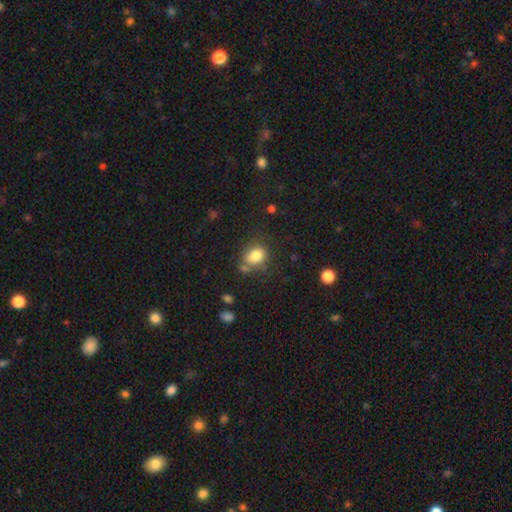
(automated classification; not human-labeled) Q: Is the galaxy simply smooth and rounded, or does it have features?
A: smooth — 81%.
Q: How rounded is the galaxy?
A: round — 51%.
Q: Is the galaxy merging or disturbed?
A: none — 63%.